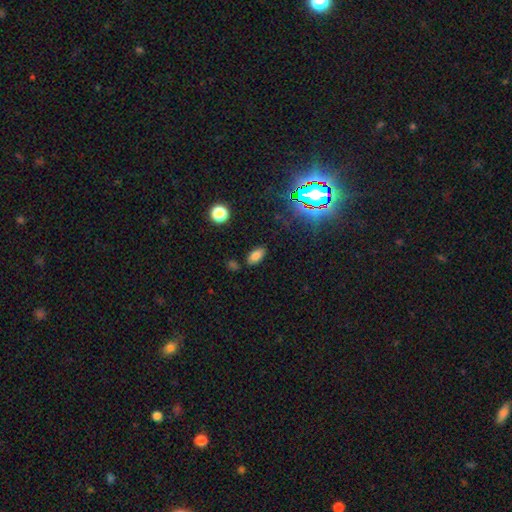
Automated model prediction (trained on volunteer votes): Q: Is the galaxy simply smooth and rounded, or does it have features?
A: smooth — 78%.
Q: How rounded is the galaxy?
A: in between — 91%.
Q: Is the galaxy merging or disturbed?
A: none — 83%.